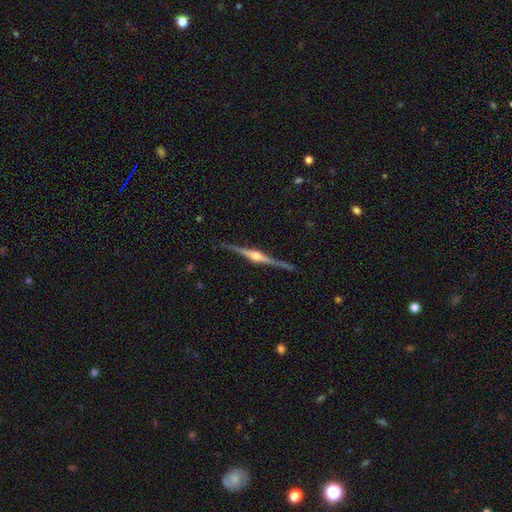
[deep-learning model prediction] This is clearly a featured or disk galaxy (88%). It is clearly viewed edge-on (99%). Edge-on bulge: clearly rounded (93%). Merging: clearly none (90%).